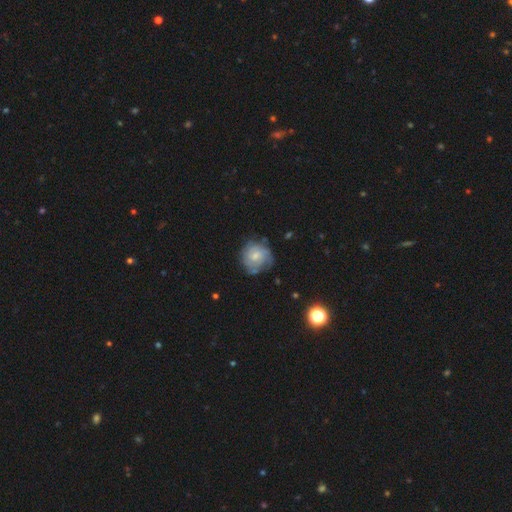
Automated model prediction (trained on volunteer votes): Q: Smooth or featured?
A: featured or disk (48%); runner-up: smooth (44%)
Q: Merging?
A: none (64%); runner-up: minor disturbance (24%)